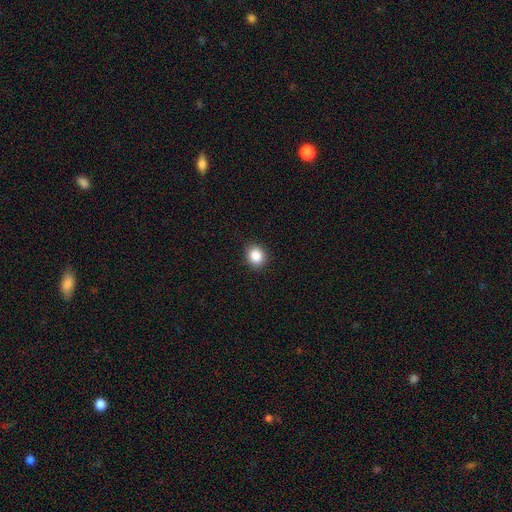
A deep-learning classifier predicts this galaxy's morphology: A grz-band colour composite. It shows a smooth galaxy with no disk features (87%) that is round (74%). Merging: none (89%).